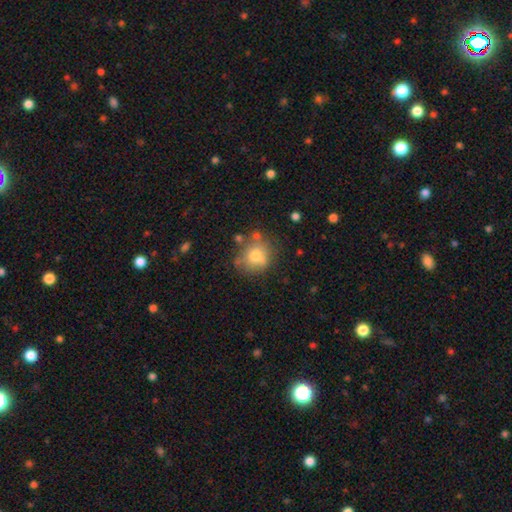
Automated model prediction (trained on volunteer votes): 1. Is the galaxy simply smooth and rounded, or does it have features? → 70% smooth, 19% featured or disk, 11% star or artifact.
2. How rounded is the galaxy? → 76% round, 23% in between, 1% cigar-shaped.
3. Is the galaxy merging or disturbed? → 62% none, 20% minor disturbance, 11% merger, 7% major disturbance.